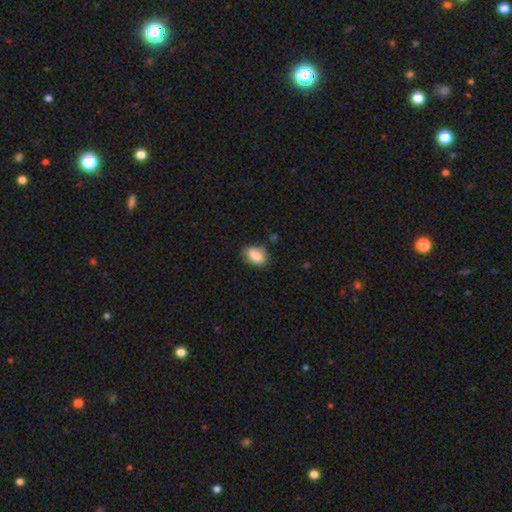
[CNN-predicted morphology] smooth 85%, star or artifact 7%, featured or disk 7%. Down the decision tree: how rounded — in between (86%); merging — none (76%).